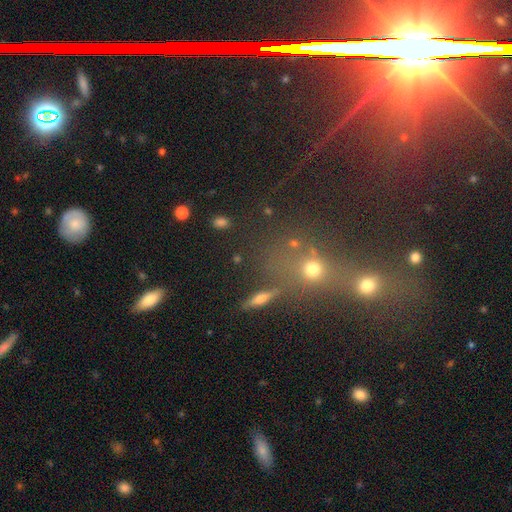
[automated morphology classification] Smooth or featured? star or artifact (51%)